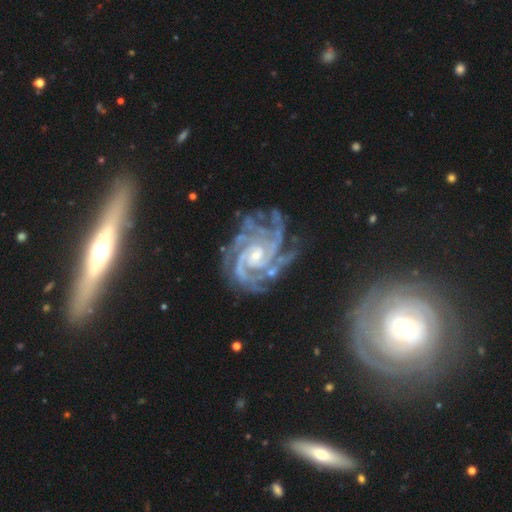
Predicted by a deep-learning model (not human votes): This is clearly a featured or disk galaxy (92%). It is clearly not viewed edge-on (98%). Bar: possibly no (59%). Spiral arm pattern: clearly yes (99%). Spiral arm count: marginally 3 (25%). Spiral winding: likely tight (70%). Central bulge: possibly small (56%). Merging: likely none (64%).